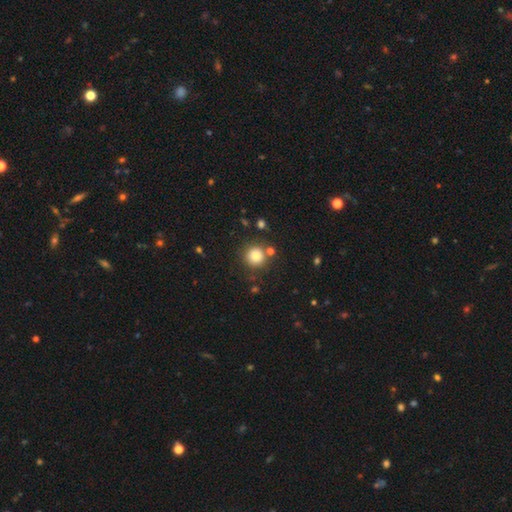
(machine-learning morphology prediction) Smooth or featured? Predicted: smooth (p=0.83). How rounded? Predicted: round (p=0.93). Merging? Predicted: none (p=0.81).